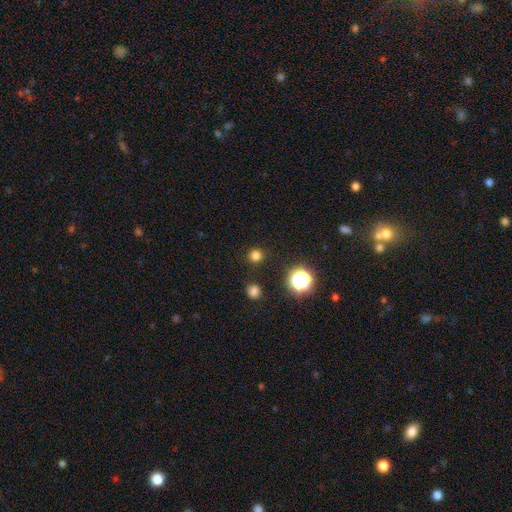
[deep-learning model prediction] Smooth or featured? smooth (77%)
How rounded? round (93%)
Merging? none (90%)